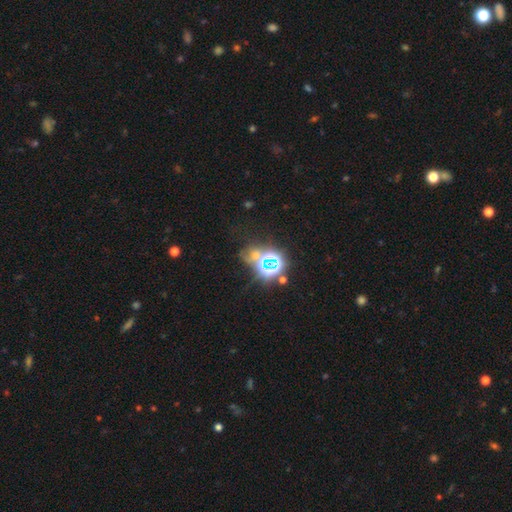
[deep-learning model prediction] Q: Smooth or featured?
A: star or artifact (67%); runner-up: smooth (22%)